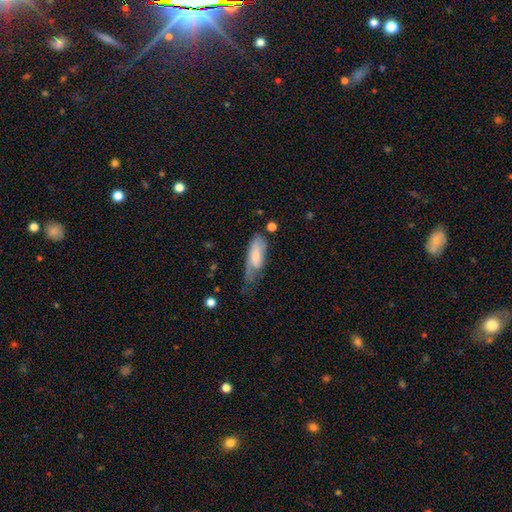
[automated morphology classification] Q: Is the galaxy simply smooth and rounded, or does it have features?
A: smooth — 63%.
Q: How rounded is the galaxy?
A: in between — 70%.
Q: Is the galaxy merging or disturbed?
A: minor disturbance — 37%.